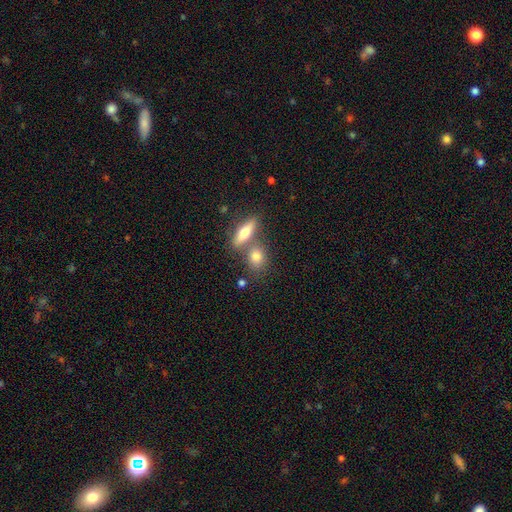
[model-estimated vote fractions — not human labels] Smooth or featured? Predicted: smooth (p=0.62). How rounded? Predicted: in between (p=0.45). Merging? Predicted: none (p=0.58).